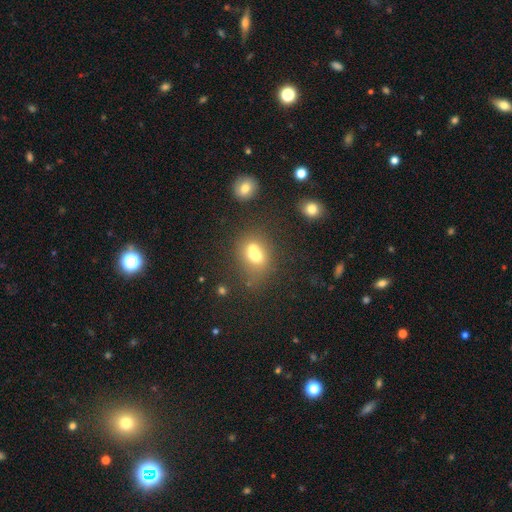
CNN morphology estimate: Q: Smooth or featured?
A: smooth (65%); runner-up: featured or disk (22%)
Q: How rounded?
A: round (62%); runner-up: in between (37%)
Q: Merging?
A: merger (59%); runner-up: none (27%)